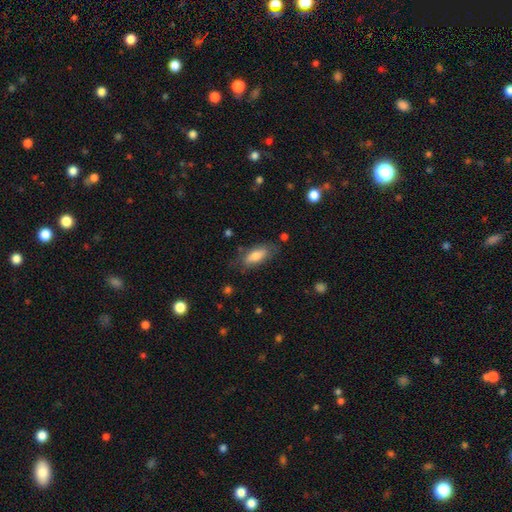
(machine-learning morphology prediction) Smooth or featured?
  - smooth: 74% *
  - featured or disk: 19%
  - star or artifact: 6%
How rounded?
  - in between: 77% *
  - cigar-shaped: 20%
  - round: 2%
Merging?
  - none: 71% *
  - minor disturbance: 20%
  - major disturbance: 6%
  - merger: 2%